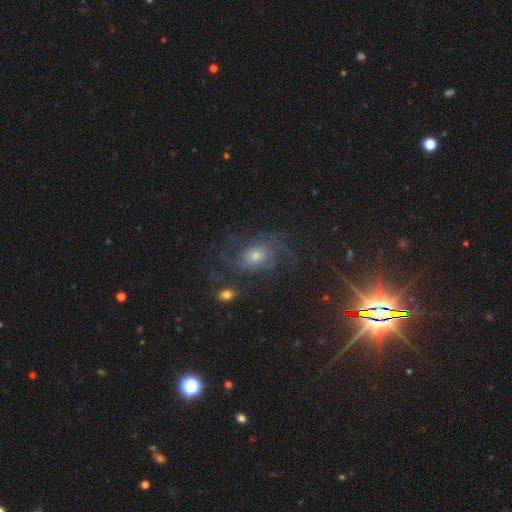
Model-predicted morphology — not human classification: This is likely a featured or disk galaxy (68%). It is clearly not viewed edge-on (96%). Bar: likely no (71%). Spiral arm pattern: clearly yes (90%). Spiral arm count: marginally can't tell (37%). Spiral winding: marginally medium (44%). Central bulge: possibly moderate (52%). Merging: likely none (61%).